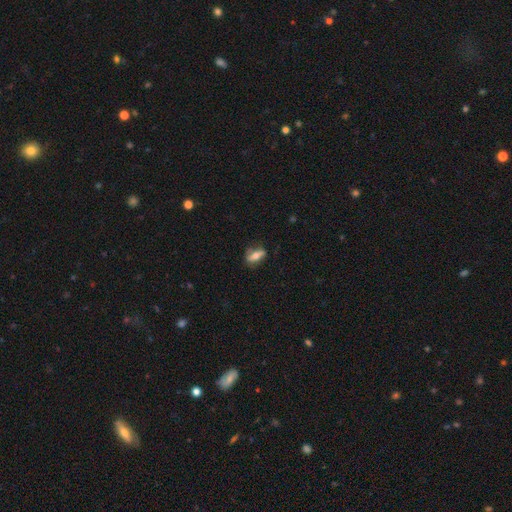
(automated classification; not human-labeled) smooth-or-featured: smooth: 47% | featured or disk: 46% | star or artifact: 8%
  merging: none: 69% | minor disturbance: 21% | major disturbance: 7% | merger: 2%